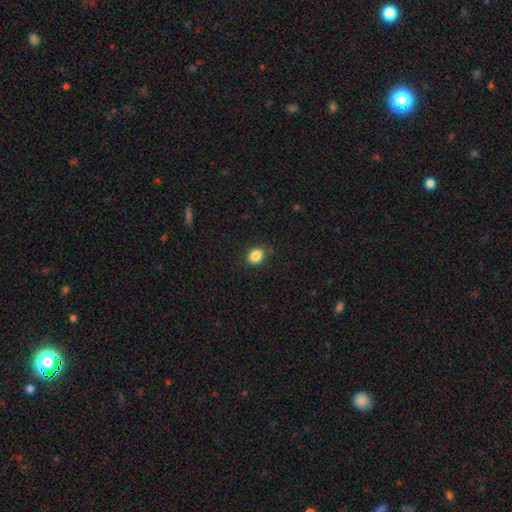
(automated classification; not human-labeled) smooth-or-featured: smooth: 87% | star or artifact: 9% | featured or disk: 4%
  how-rounded: in between: 58% | round: 41% | cigar-shaped: 1%
  merging: none: 87% | minor disturbance: 9% | major disturbance: 2% | merger: 1%